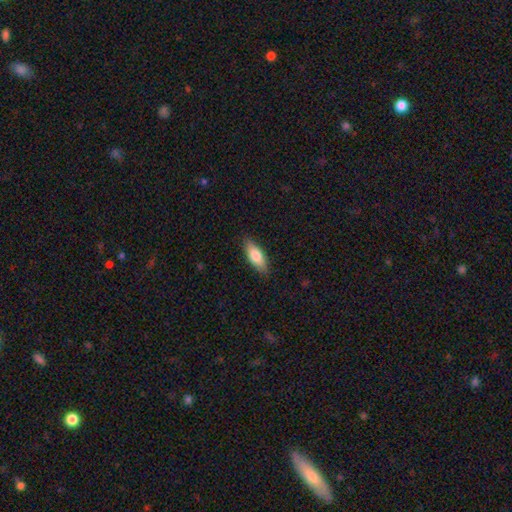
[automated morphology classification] The model was most divided on "how rounded": in between: 71%, cigar-shaped: 27%, round: 2%. More confident: merging — none (86%); smooth or featured — smooth (76%).